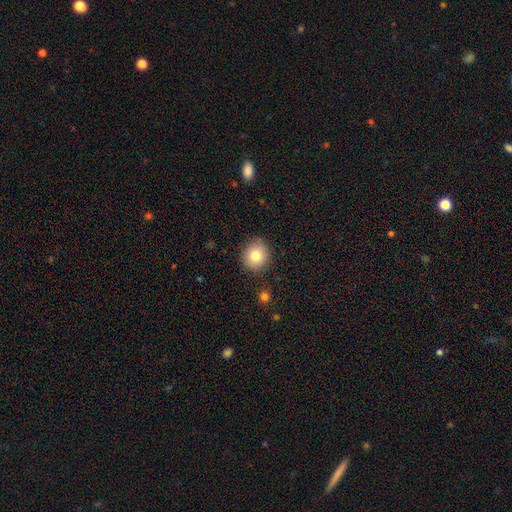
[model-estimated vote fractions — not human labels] This is clearly a smooth galaxy (81%). How rounded: clearly round (82%). Merging: clearly none (87%).